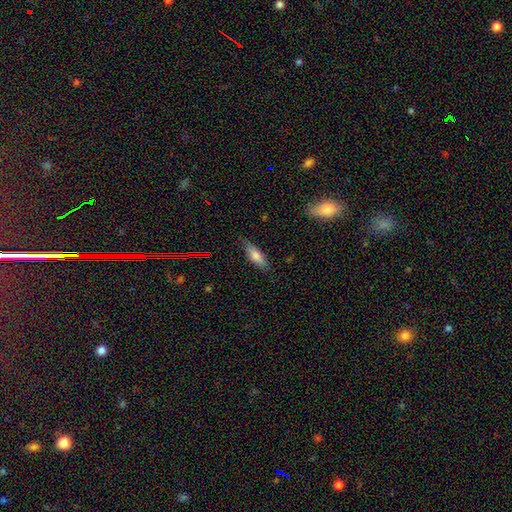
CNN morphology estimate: A smooth galaxy with no disk features (70%) that is in between round and cigar-shaped (56%).

Vote fractions:
- Smooth or featured? smooth: 70% / featured or disk: 22% / star or artifact: 8%
- How rounded? in between: 56% / cigar-shaped: 42% / round: 2%
- Merging? none: 78% / minor disturbance: 18% / major disturbance: 3% / merger: 1%